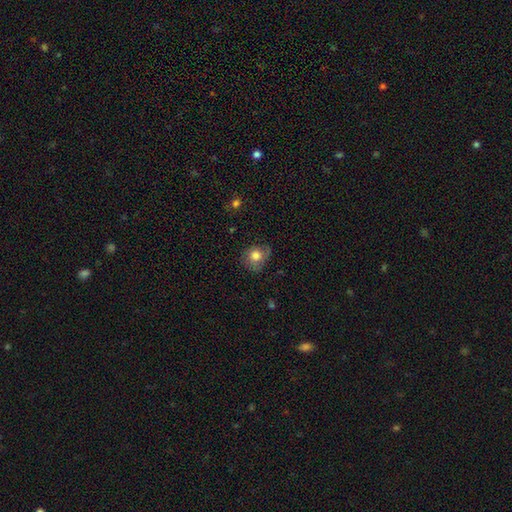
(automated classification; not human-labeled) Overall: smooth (70%). How rounded: round (72%). Merging: none (57%; minor disturbance 29%).